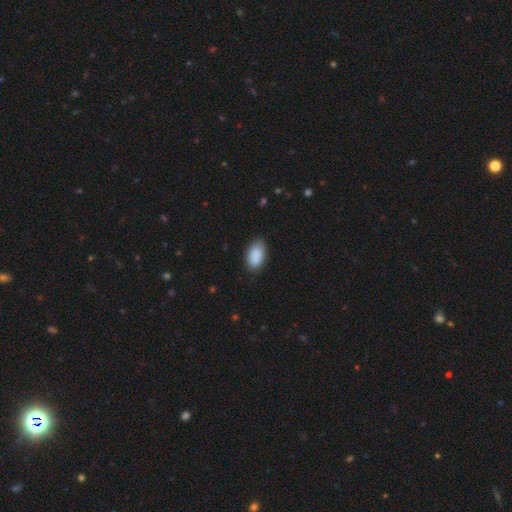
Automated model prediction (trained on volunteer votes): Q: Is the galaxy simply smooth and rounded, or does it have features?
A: smooth — 90%.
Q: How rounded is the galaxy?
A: in between — 94%.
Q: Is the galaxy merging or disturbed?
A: none — 84%.